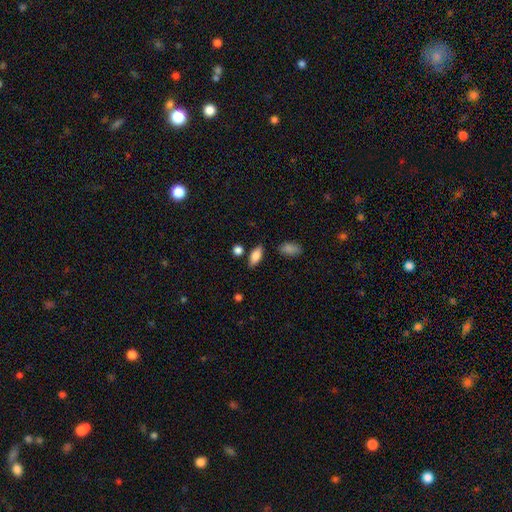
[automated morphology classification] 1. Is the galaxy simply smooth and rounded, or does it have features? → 80% smooth, 12% featured or disk, 7% star or artifact.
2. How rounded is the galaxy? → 84% in between, 13% cigar-shaped, 4% round.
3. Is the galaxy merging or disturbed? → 81% none, 12% minor disturbance, 5% merger, 3% major disturbance.